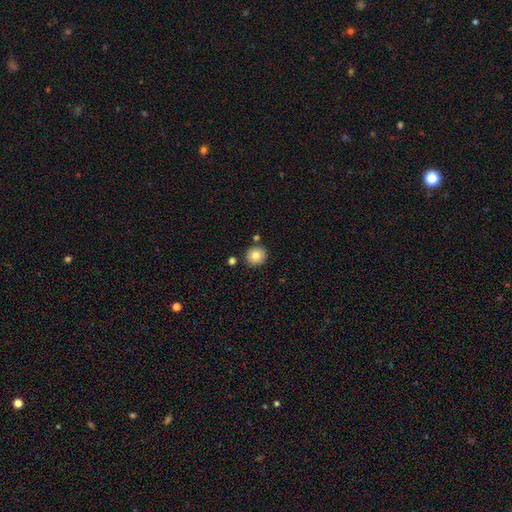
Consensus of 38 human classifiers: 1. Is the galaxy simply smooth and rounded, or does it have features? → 84% smooth, 11% featured or disk, 5% star or artifact.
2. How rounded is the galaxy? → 100% round, 0% in between, 0% cigar-shaped.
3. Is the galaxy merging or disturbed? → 83% none, 8% minor disturbance, 6% merger, 3% major disturbance.